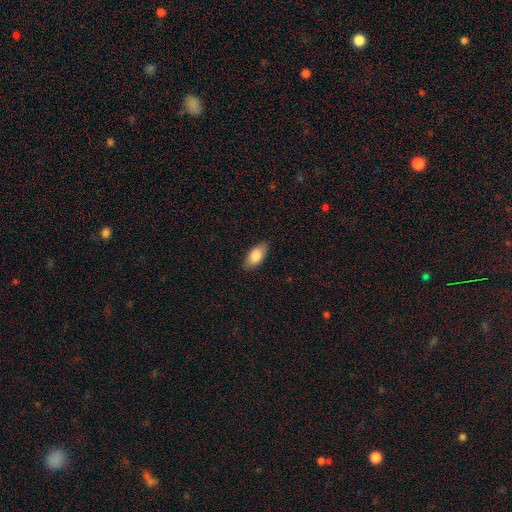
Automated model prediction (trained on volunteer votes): Morphology: type=smooth (84%); roundness=in between (92%); merging=none (86%).